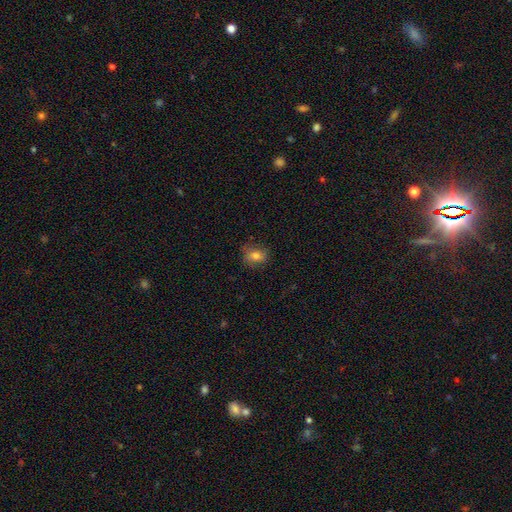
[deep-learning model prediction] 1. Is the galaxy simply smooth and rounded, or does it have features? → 78% smooth, 11% star or artifact, 11% featured or disk.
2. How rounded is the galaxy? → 52% round, 47% in between, 1% cigar-shaped.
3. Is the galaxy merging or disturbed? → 76% none, 18% minor disturbance, 5% major disturbance, 1% merger.